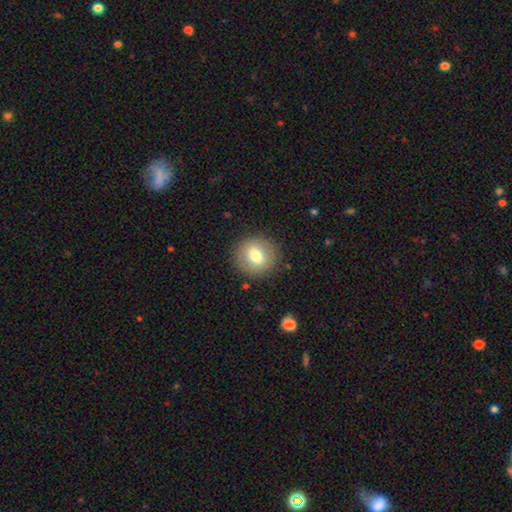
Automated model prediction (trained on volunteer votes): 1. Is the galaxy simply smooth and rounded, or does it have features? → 73% smooth, 19% featured or disk, 9% star or artifact.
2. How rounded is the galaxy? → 91% round, 8% in between, 1% cigar-shaped.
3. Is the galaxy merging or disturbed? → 88% none, 8% minor disturbance, 3% major disturbance, 1% merger.